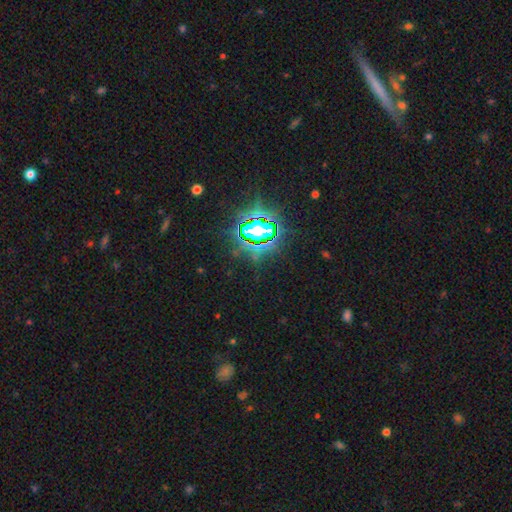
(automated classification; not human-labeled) Q: Smooth or featured?
A: star or artifact (81%); runner-up: smooth (11%)